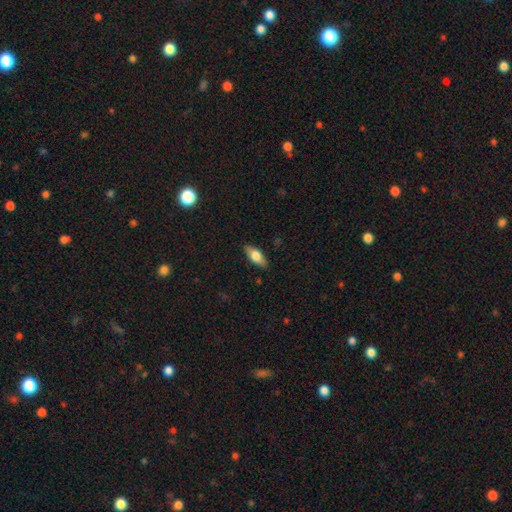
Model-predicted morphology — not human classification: Smooth or featured? Predicted: smooth (p=0.69). How rounded? Predicted: in between (p=0.81). Merging? Predicted: none (p=0.86).